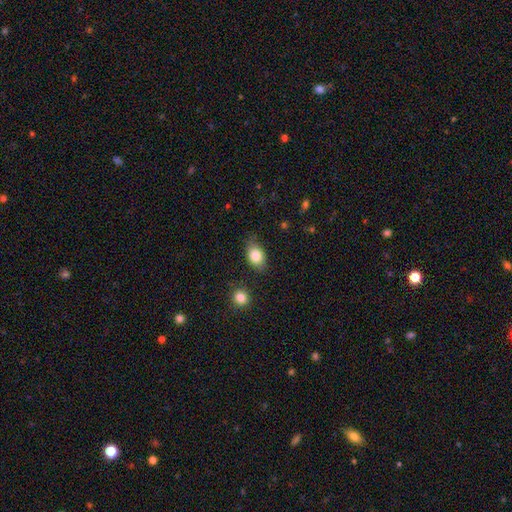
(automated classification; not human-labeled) Smooth or featured? smooth (82%)
How rounded? in between (77%)
Merging? none (71%)